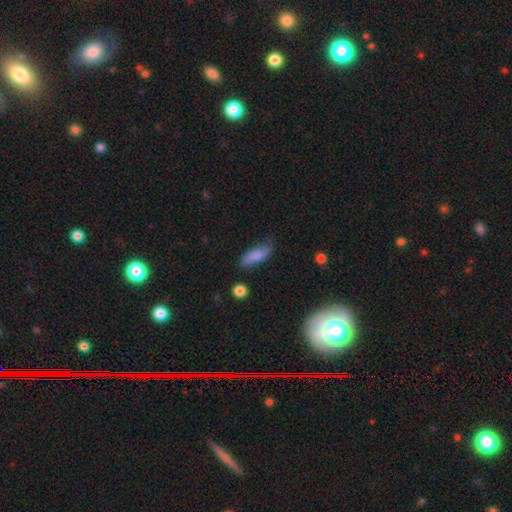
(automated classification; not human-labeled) Smooth or featured? smooth (74%)
How rounded? in between (66%)
Merging? none (59%)